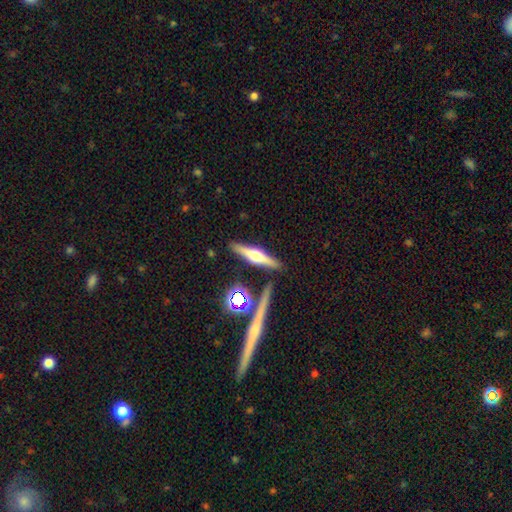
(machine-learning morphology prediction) Q: Smooth or featured?
A: featured or disk (65%); runner-up: smooth (27%)
Q: Edge-on disk?
A: yes (96%); runner-up: no (4%)
Q: Edge-on bulge?
A: rounded (92%); runner-up: boxy (5%)
Q: Merging?
A: none (86%); runner-up: minor disturbance (8%)